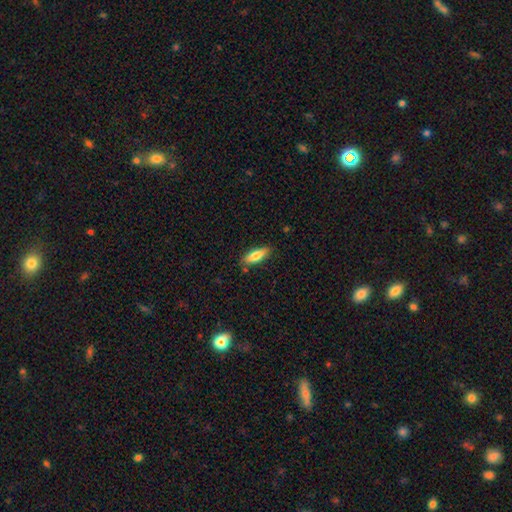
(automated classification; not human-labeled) Q: Smooth or featured?
A: smooth (79%); runner-up: featured or disk (15%)
Q: How rounded?
A: in between (61%); runner-up: cigar-shaped (37%)
Q: Merging?
A: none (83%); runner-up: minor disturbance (13%)